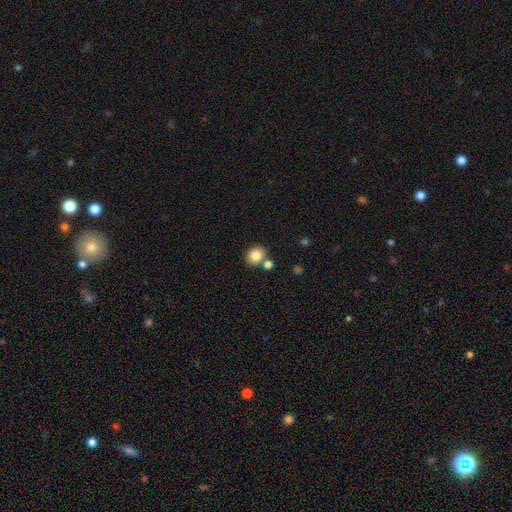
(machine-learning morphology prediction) type=smooth (83%); roundness=round (74%); merging=none (72%).